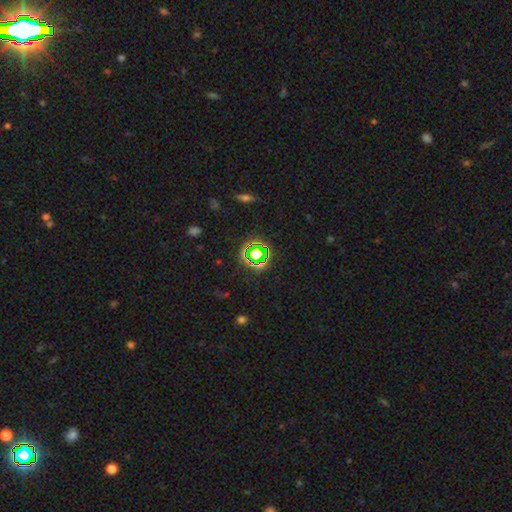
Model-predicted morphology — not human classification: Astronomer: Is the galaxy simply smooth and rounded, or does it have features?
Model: star or artifact — 67%.